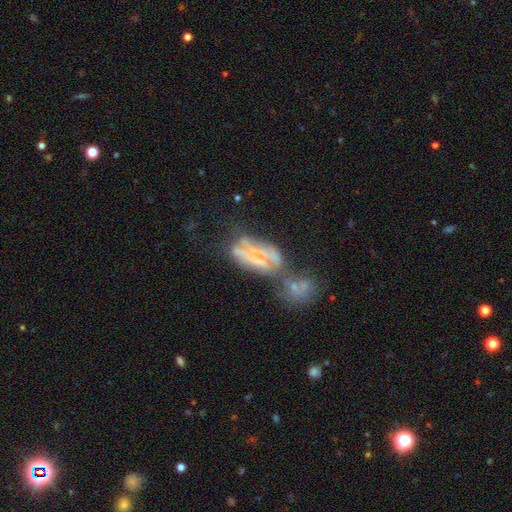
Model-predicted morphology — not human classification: smooth-or-featured: featured or disk: 56% | smooth: 26% | star or artifact: 17%
  disk-edge-on: no: 86% | yes: 14%
  merging: merger: 43% | major disturbance: 23% | none: 20% | minor disturbance: 14%